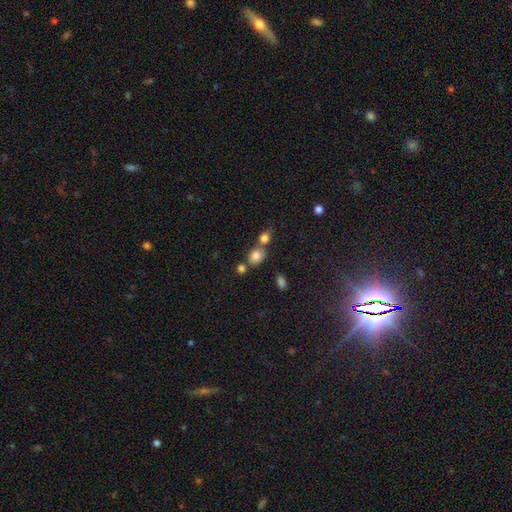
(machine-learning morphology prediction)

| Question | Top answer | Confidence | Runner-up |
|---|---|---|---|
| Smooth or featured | smooth | 80% | star or artifact (12%) |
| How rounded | round | 61% | in between (38%) |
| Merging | none | 53% | merger (34%) |